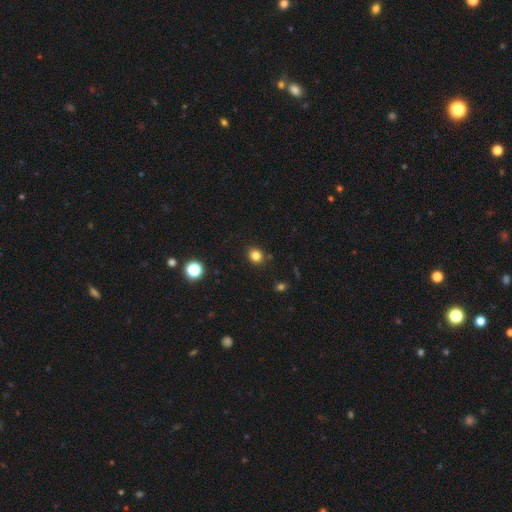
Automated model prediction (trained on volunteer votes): Smooth or featured? Predicted: smooth (p=0.82). How rounded? Predicted: round (p=0.77). Merging? Predicted: none (p=0.87).